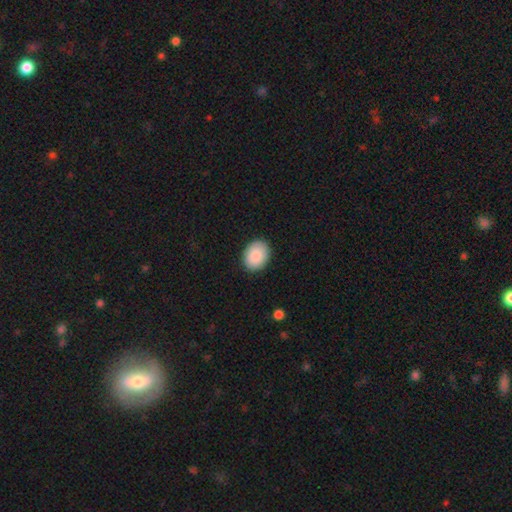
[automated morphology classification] Smooth or featured: smooth — 88% (star or artifact — 7%)
How rounded: in between — 67% (round — 32%)
Merging: none — 89% (minor disturbance — 8%)